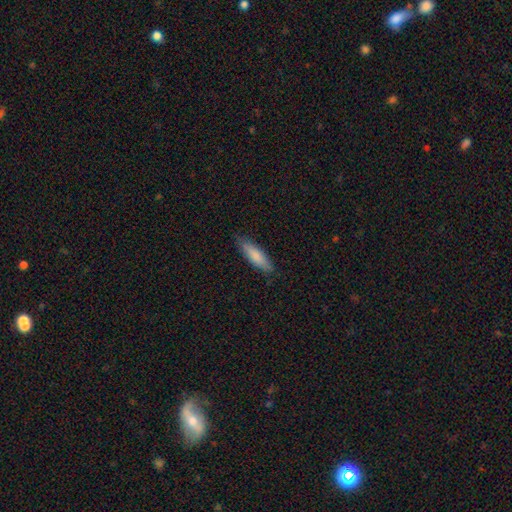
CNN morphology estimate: Overall: smooth (81%). How rounded: cigar-shaped (61%; in between 38%). Merging: none (83%).